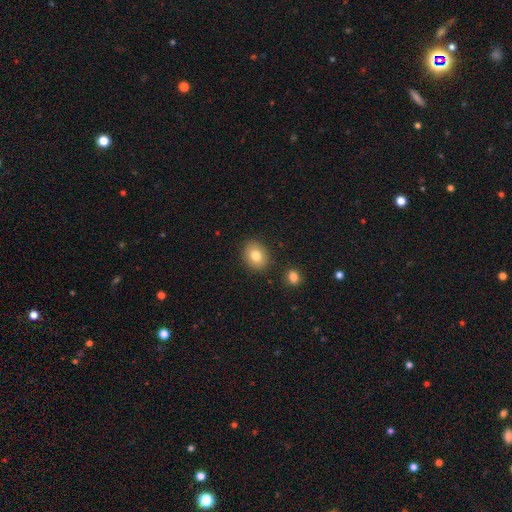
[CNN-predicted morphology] Smooth or featured? Predicted: smooth (p=0.79). How rounded? Predicted: round (p=0.50). Merging? Predicted: none (p=0.87).